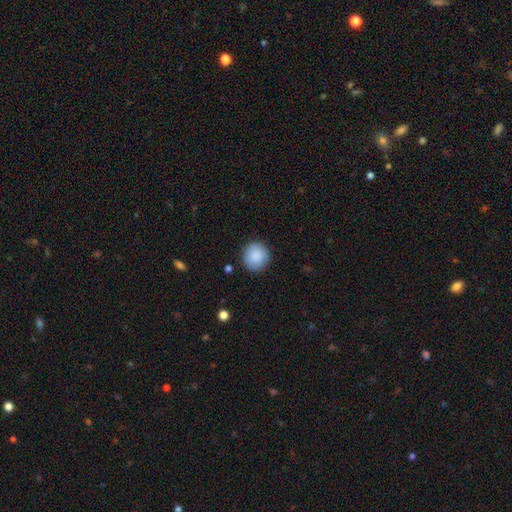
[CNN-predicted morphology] Smooth or featured: smooth — 89% (star or artifact — 7%)
How rounded: round — 92% (in between — 7%)
Merging: none — 90% (minor disturbance — 7%)